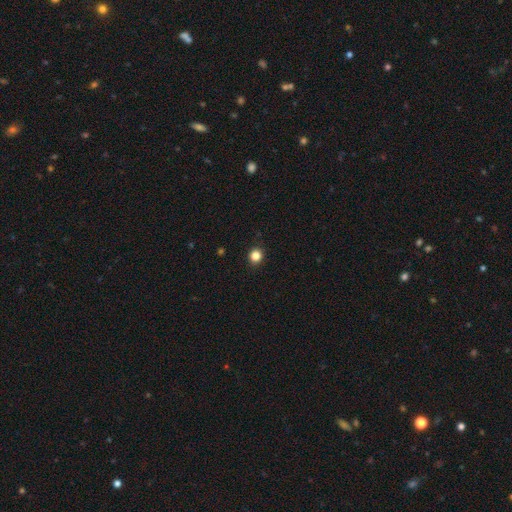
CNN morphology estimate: A smooth galaxy with no disk features (85%) that is round (90%).

Vote fractions:
- Smooth or featured? smooth: 85% / star or artifact: 12% / featured or disk: 4%
- How rounded? round: 90% / in between: 9% / cigar-shaped: 1%
- Merging? none: 92% / minor disturbance: 5% / major disturbance: 2% / merger: 1%